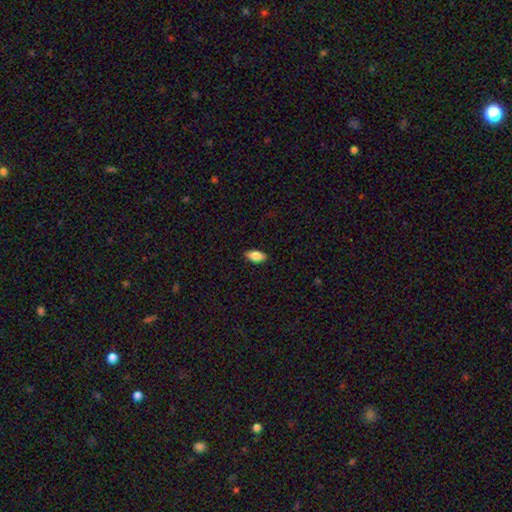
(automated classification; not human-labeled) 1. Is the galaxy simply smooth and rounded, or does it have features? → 84% smooth, 9% featured or disk, 7% star or artifact.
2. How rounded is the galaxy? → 90% in between, 6% cigar-shaped, 3% round.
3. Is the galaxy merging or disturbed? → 88% none, 10% minor disturbance, 2% major disturbance, 1% merger.